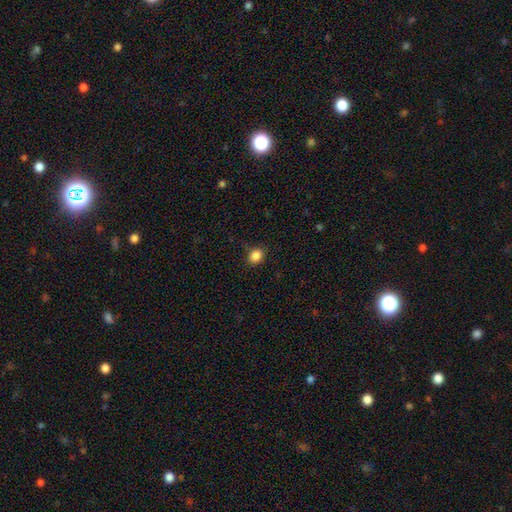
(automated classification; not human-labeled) Morphology: type=smooth (86%); roundness=round (62%); merging=none (83%).